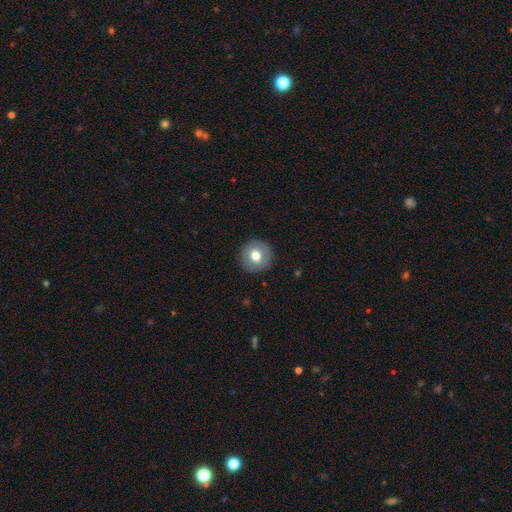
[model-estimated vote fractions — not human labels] This is likely a smooth galaxy (70%). How rounded: clearly round (94%). Merging: clearly none (91%).